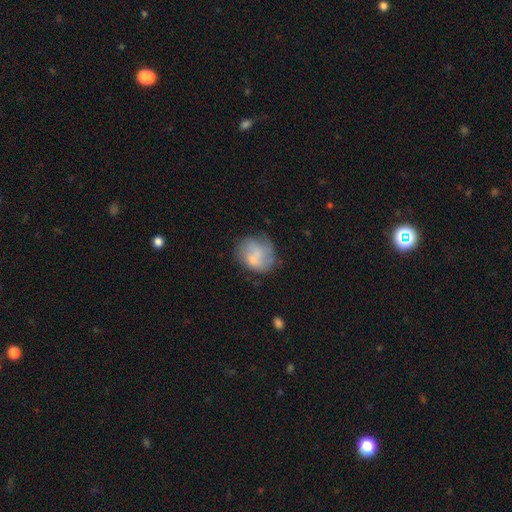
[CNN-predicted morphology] type=smooth (60%); roundness=round (66%); merging=none (46%).